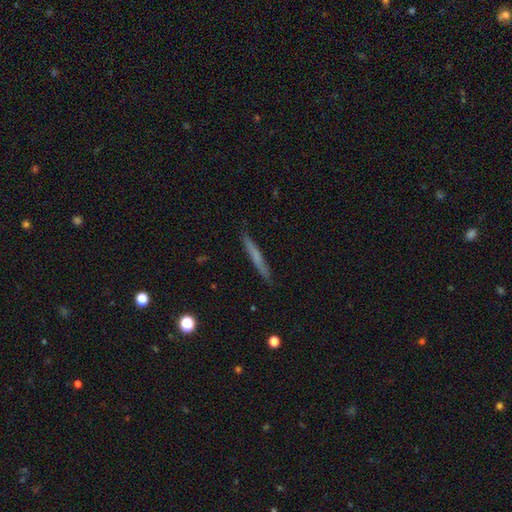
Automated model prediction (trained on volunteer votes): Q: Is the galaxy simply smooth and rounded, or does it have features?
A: smooth — 58%.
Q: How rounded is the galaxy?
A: cigar-shaped — 96%.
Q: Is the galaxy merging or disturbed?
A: none — 90%.